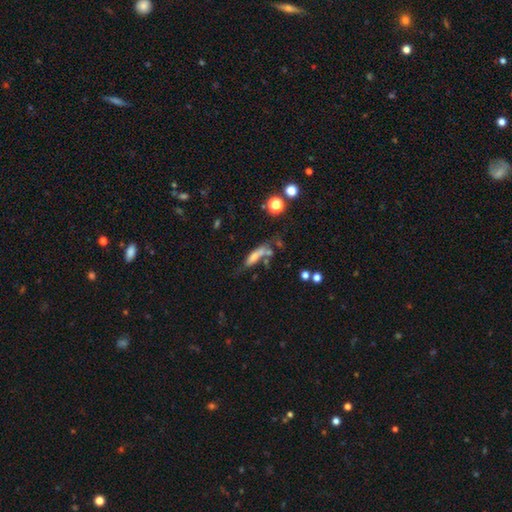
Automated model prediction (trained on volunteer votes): A smooth galaxy with no disk features (62%) that is cigar-shaped (58%). Merging: none (37%).